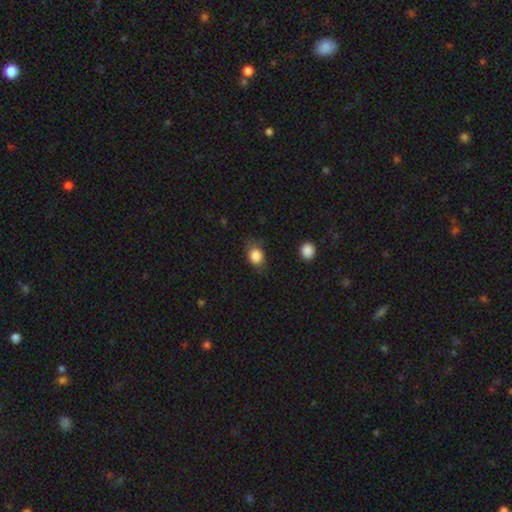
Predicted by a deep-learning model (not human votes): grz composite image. It shows a smooth galaxy with no disk features (85%) that is in between round and cigar-shaped (58%). Merging: none (71%).